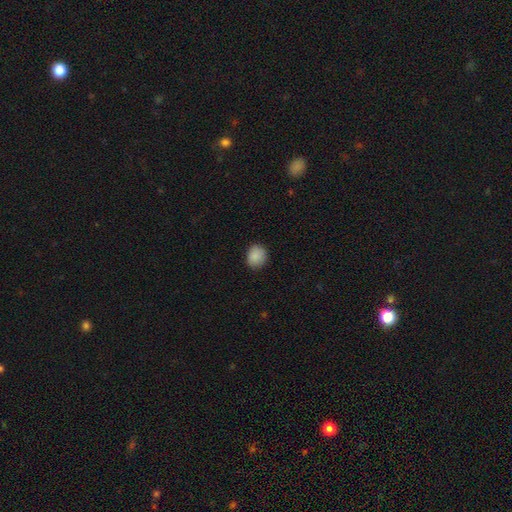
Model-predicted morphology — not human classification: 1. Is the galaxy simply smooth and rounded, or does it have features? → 88% smooth, 8% star or artifact, 3% featured or disk.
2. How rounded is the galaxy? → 66% round, 33% in between, 1% cigar-shaped.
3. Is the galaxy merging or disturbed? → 84% none, 12% minor disturbance, 3% major disturbance, 1% merger.